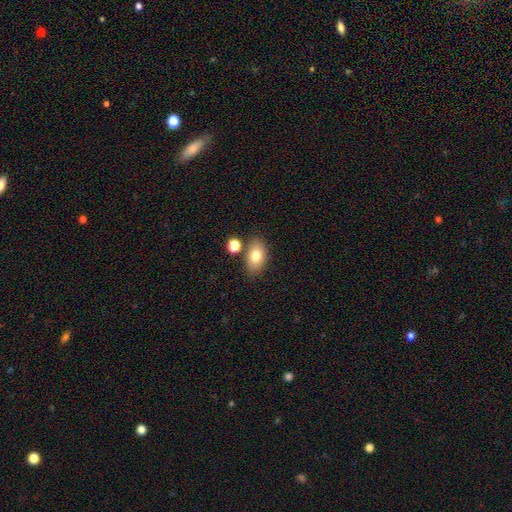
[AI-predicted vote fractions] smooth_or_featured: smooth (p=0.79) [alt: featured or disk p=0.13]
how_rounded: in between (p=0.87) [alt: round p=0.12]
merging: none (p=0.75) [alt: minor disturbance p=0.12]